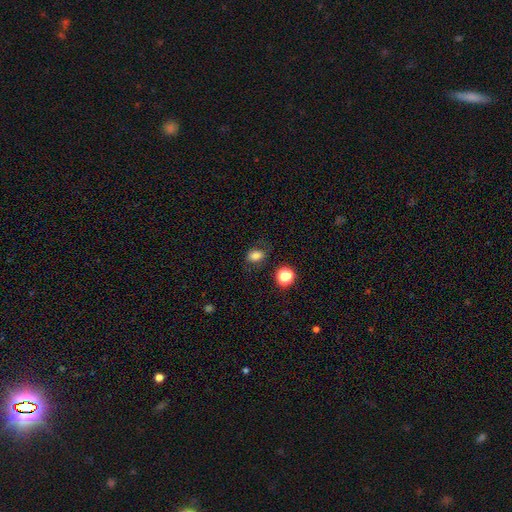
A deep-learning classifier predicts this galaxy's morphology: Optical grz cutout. It shows a smooth galaxy with no disk features (77%) that is in between round and cigar-shaped (70%). Merging: none (75%).